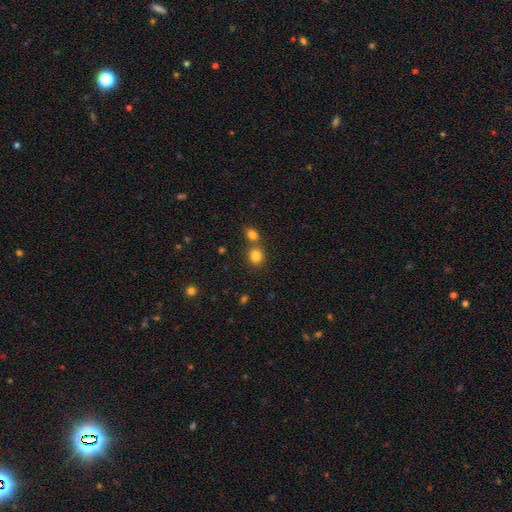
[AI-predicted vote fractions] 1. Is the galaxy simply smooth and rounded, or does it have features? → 83% smooth, 12% star or artifact, 6% featured or disk.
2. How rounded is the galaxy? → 76% round, 23% in between, 1% cigar-shaped.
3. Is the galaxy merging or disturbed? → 62% none, 27% merger, 8% minor disturbance, 3% major disturbance.